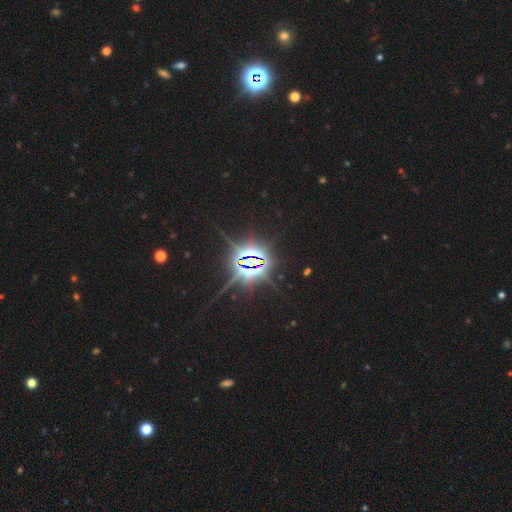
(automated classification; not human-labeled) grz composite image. It shows a star or artifact, not a galaxy (85%).